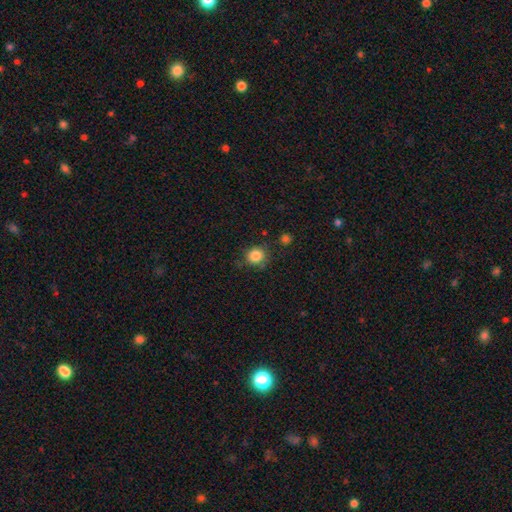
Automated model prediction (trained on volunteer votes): A smooth galaxy with no disk features (84%) that is round (87%).

Vote fractions:
- Smooth or featured? smooth: 84% / star or artifact: 11% / featured or disk: 5%
- How rounded? round: 87% / in between: 12% / cigar-shaped: 1%
- Merging? none: 79% / minor disturbance: 14% / major disturbance: 4% / merger: 3%